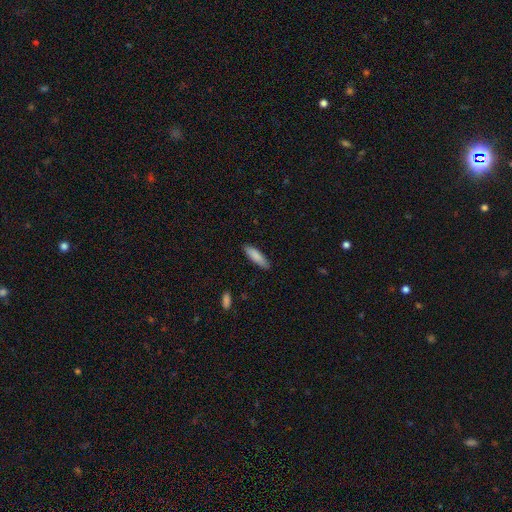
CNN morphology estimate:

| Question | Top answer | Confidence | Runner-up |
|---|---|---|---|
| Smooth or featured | smooth | 85% | featured or disk (9%) |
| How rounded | cigar-shaped | 65% | in between (33%) |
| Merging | none | 87% | minor disturbance (10%) |